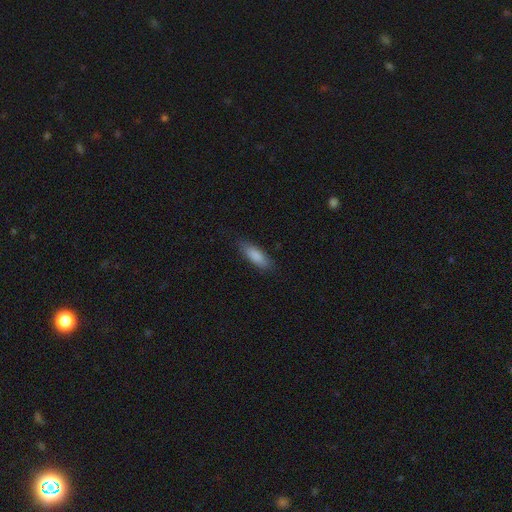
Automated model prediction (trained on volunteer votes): A smooth galaxy with no disk features (87%) that is in between round and cigar-shaped (59%).

Vote fractions:
- Smooth or featured? smooth: 87% / featured or disk: 8% / star or artifact: 6%
- How rounded? in between: 59% / cigar-shaped: 39% / round: 2%
- Merging? none: 83% / minor disturbance: 13% / major disturbance: 3% / merger: 1%